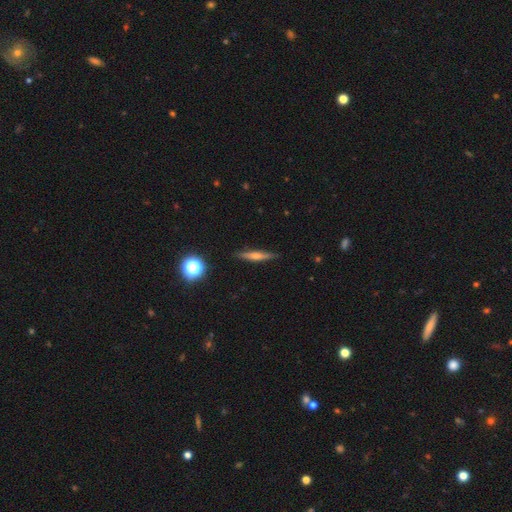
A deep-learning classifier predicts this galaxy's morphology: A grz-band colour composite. It shows a featured or disk galaxy (58%) viewed edge-on (96%) with a rounded central bulge (79%). Merging: none (89%).